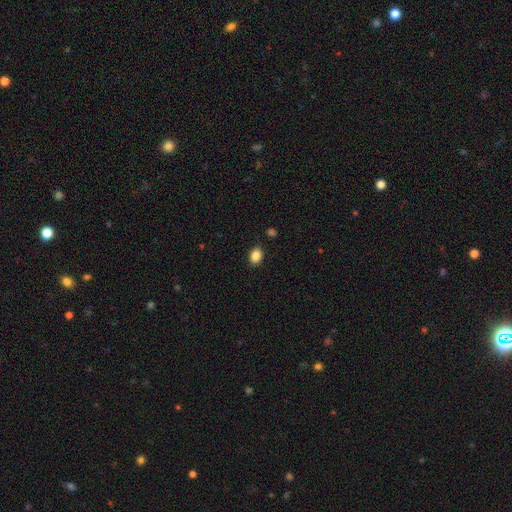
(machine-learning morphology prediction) Smooth or featured? Predicted: smooth (p=0.87). How rounded? Predicted: in between (p=0.76). Merging? Predicted: none (p=0.86).